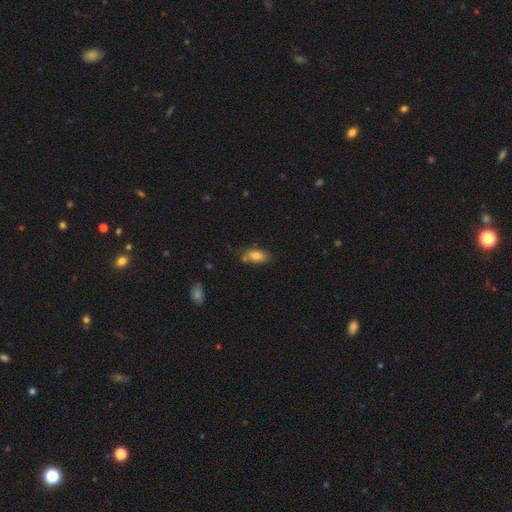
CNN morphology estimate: Overall: smooth (81%). How rounded: in between (88%). Merging: none (66%).